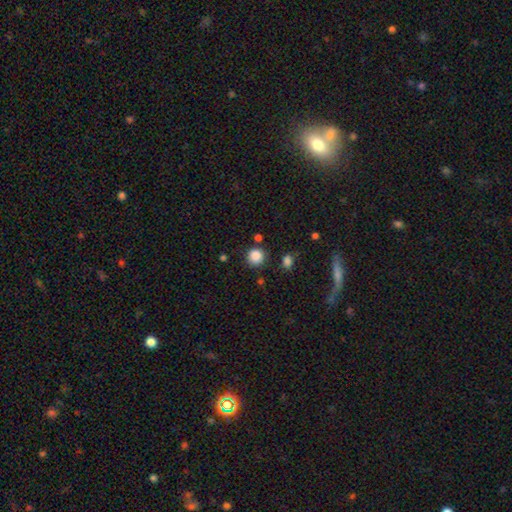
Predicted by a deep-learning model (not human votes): smooth 86%, star or artifact 11%, featured or disk 3%. Down the decision tree: how rounded — round (91%); merging — none (81%).